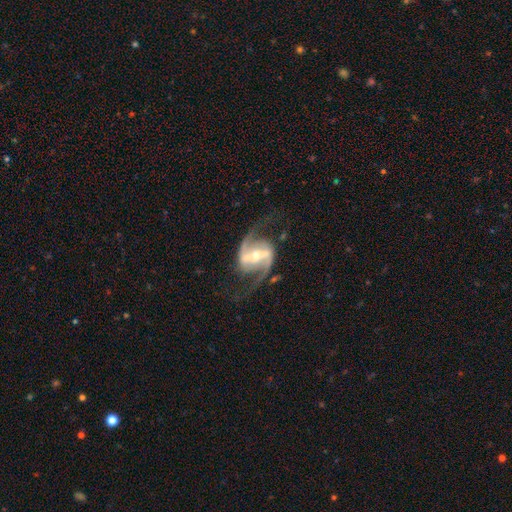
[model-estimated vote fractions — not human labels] A featured or disk galaxy (92%) with a strong bar (63%), 2 (94%) loose (46%) spiral arms (98%) and a moderate central bulge (48%).

Vote fractions:
- Smooth or featured? featured or disk: 92% / star or artifact: 4% / smooth: 3%
- Edge-on disk? no: 97% / yes: 3%
- Bar? strong: 63% / weak: 26% / no: 10%
- Spiral arms? yes: 98% / no: 2%
- Spiral winding? loose: 46% / medium: 45% / tight: 9%
- Spiral arm count? 2: 94% / can't tell: 1% / 1: 1% / 3: 1% / 4: 1% / more than 4: 1%
- Bulge size? moderate: 48% / small: 46% / large: 3% / none: 1% / dominant: 1%
- Merging? none: 77% / minor disturbance: 12% / major disturbance: 9% / merger: 2%